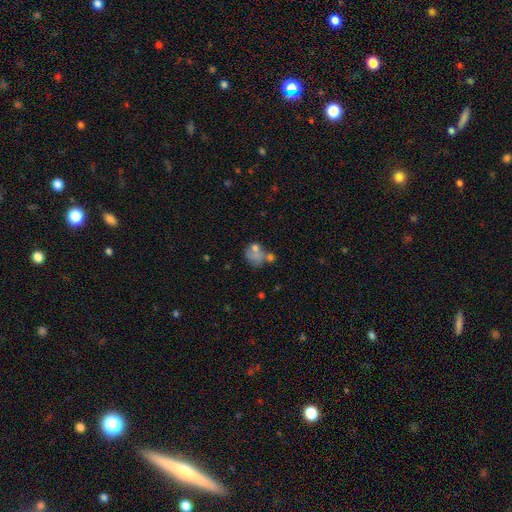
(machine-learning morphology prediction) smooth_or_featured: smooth (p=0.48) [alt: featured or disk p=0.27]
merging: none (p=0.46) [alt: merger p=0.21]